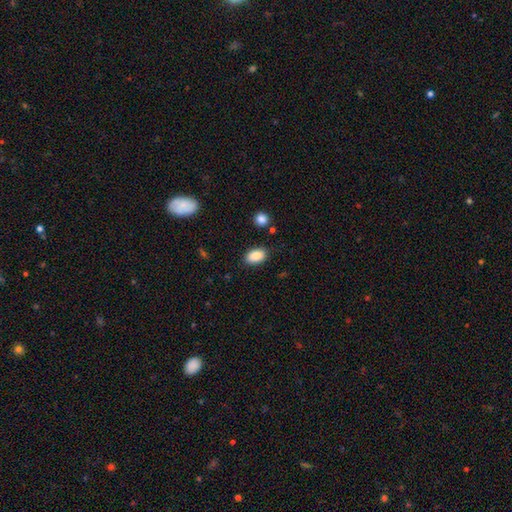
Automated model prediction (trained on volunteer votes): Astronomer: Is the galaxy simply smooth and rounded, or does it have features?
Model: smooth — 89%.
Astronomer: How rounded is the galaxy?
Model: in between — 91%.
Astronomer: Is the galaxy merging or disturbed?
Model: none — 85%.